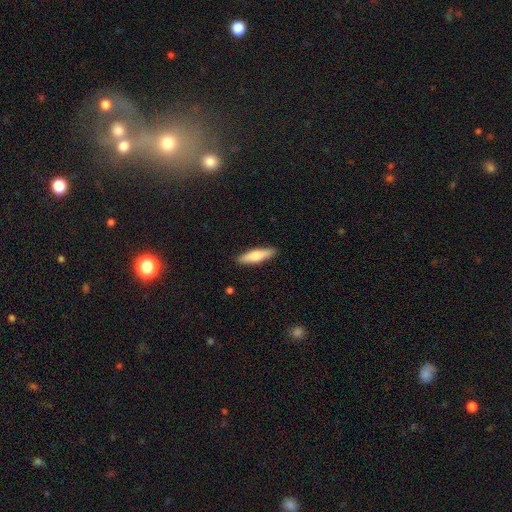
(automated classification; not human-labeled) Smooth or featured: smooth — 72% (featured or disk — 23%)
How rounded: cigar-shaped — 69% (in between — 29%)
Merging: none — 89% (minor disturbance — 8%)